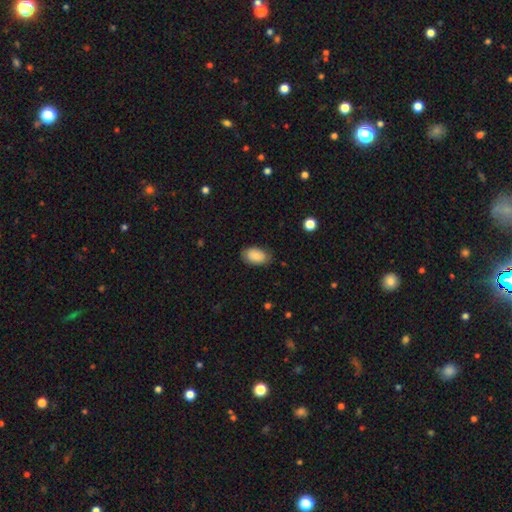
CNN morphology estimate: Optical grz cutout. It shows a smooth galaxy with no disk features (85%) that is in between round and cigar-shaped (92%). Merging: none (78%).